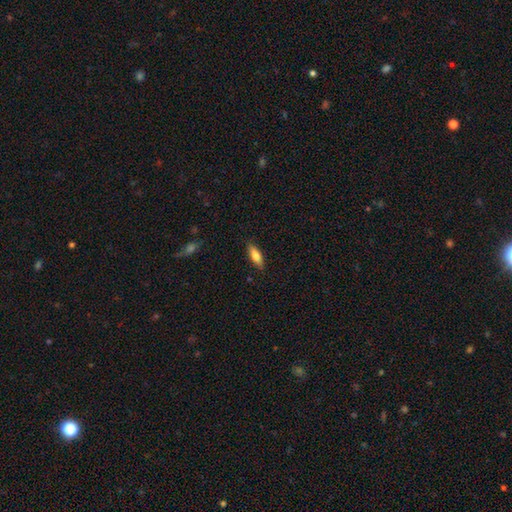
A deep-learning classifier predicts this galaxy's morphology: Smooth or featured? Predicted: smooth (p=0.74). How rounded? Predicted: in between (p=0.56). Merging? Predicted: none (p=0.86).